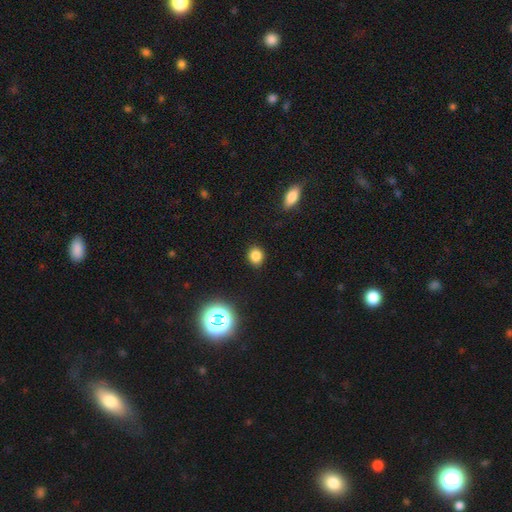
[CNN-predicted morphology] smooth 81%, star or artifact 14%, featured or disk 5%. Down the decision tree: how rounded — round (74%); merging — none (89%).